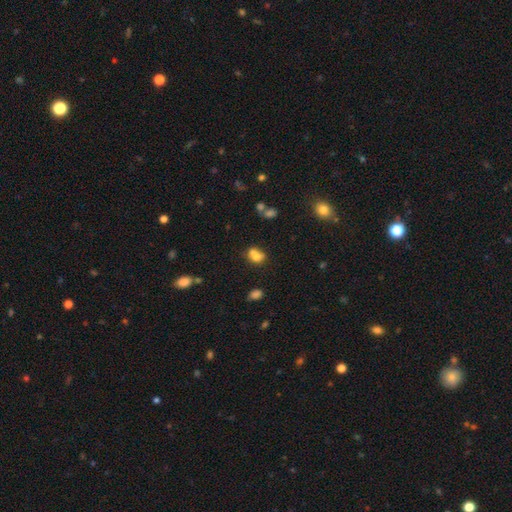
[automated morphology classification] smooth 74%, featured or disk 14%, star or artifact 12%. Down the decision tree: how rounded — in between (53%); merging — merger (50%).